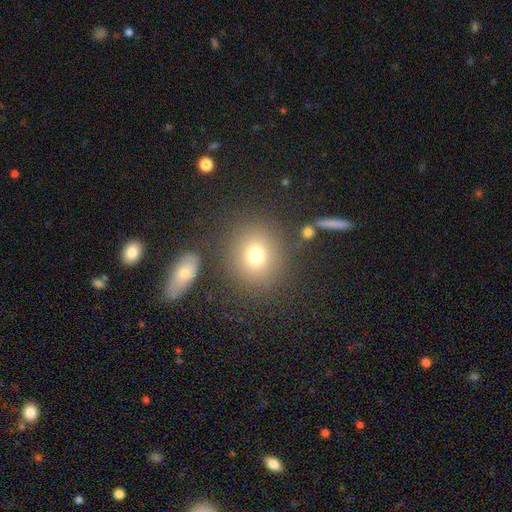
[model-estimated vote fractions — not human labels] This is likely a smooth galaxy (74%). How rounded: likely round (78%). Merging: clearly none (81%).